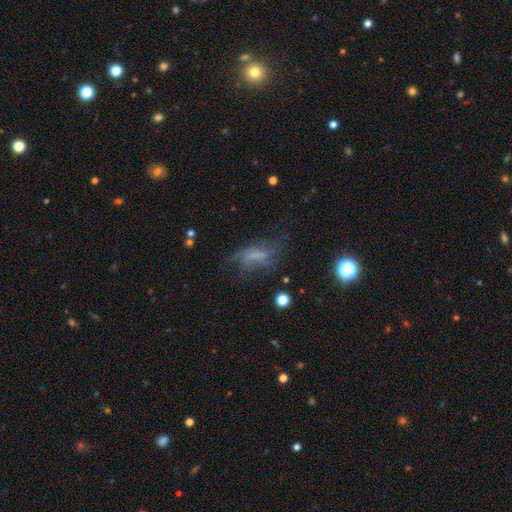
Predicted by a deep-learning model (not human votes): Overall: featured or disk (43%; smooth 39%). Merging: none (45%; major disturbance 28%).